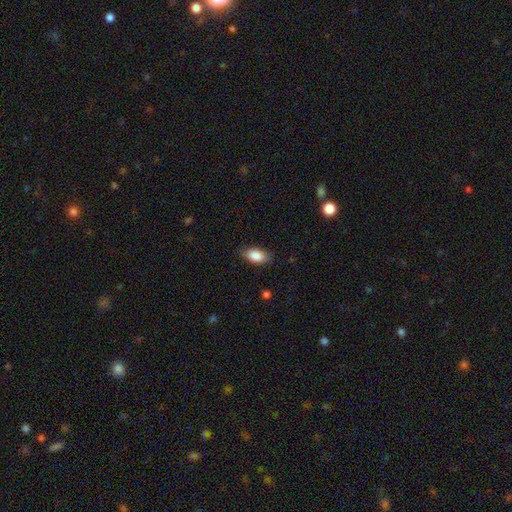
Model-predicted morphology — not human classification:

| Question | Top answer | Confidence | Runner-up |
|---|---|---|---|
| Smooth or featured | smooth | 87% | star or artifact (7%) |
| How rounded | in between | 91% | cigar-shaped (5%) |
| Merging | none | 82% | minor disturbance (15%) |